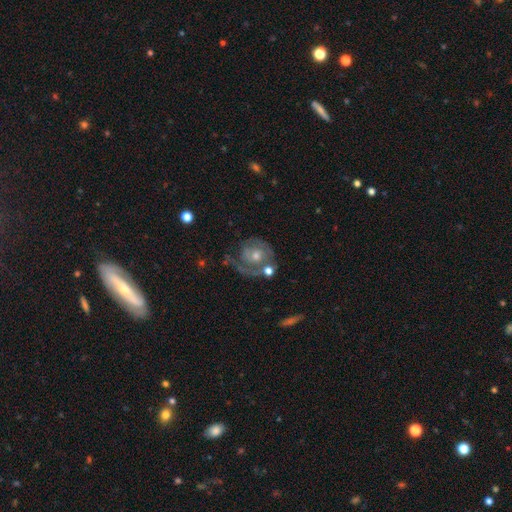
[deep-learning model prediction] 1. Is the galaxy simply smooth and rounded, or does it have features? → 80% featured or disk, 13% smooth, 7% star or artifact.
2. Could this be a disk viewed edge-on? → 97% no, 3% yes.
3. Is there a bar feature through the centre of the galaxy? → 74% no, 21% weak, 4% strong.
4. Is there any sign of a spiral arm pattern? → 87% yes, 13% no.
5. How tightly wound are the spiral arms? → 59% tight, 29% medium, 12% loose.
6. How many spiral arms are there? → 36% 2, 32% 1, 21% can't tell, 6% 3, 2% 4, 2% more than 4.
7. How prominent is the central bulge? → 54% moderate, 39% small, 4% large, 2% none, 1% dominant.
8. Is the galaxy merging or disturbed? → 52% none, 20% minor disturbance, 19% major disturbance, 10% merger.